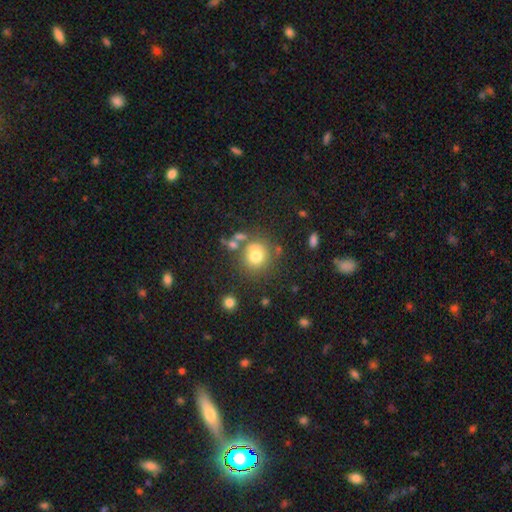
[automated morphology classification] Q: Smooth or featured?
A: smooth (73%); runner-up: featured or disk (14%)
Q: How rounded?
A: round (88%); runner-up: in between (11%)
Q: Merging?
A: none (64%); runner-up: minor disturbance (14%)